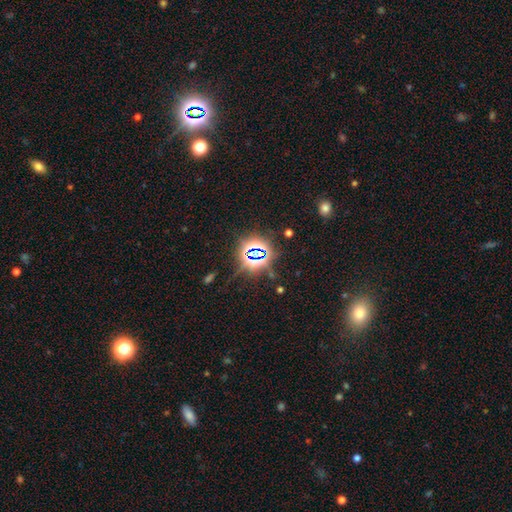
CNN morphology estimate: Smooth or featured: star or artifact — 78% (smooth — 14%)